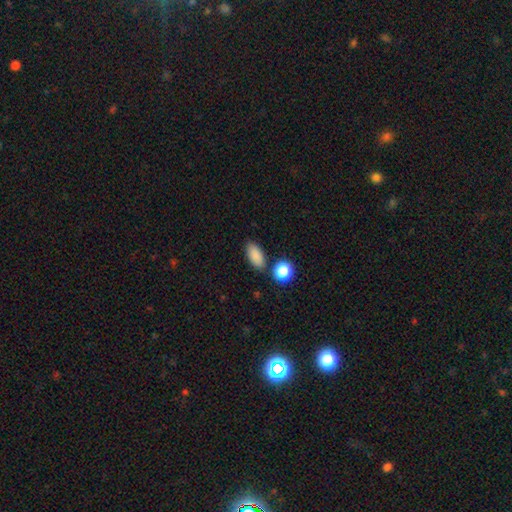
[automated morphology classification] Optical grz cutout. It shows a smooth galaxy with no disk features (87%) that is in between round and cigar-shaped (87%). Merging: none (82%).